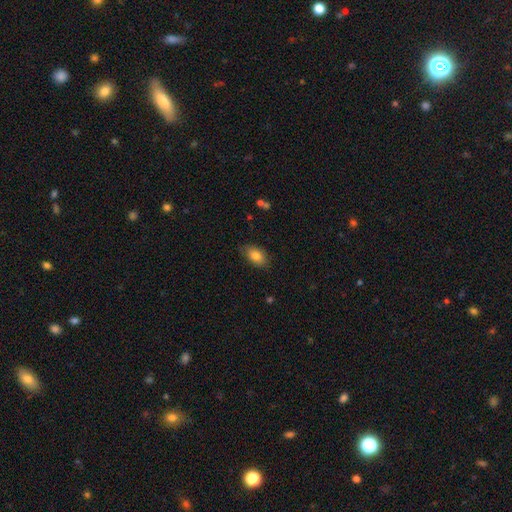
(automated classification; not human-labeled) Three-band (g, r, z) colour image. It shows a smooth galaxy with no disk features (84%) that is in between round and cigar-shaped (90%). Merging: none (79%).